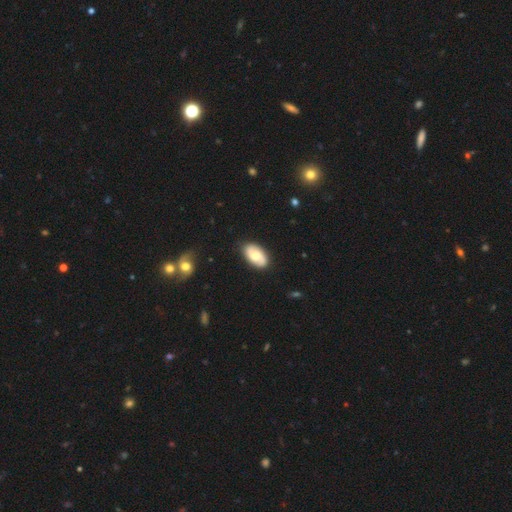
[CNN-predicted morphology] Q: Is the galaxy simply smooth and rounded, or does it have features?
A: featured or disk — 53%.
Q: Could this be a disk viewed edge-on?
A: no — 95%.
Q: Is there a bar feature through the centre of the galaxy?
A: no — 57%.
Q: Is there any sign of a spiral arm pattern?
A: yes — 86%.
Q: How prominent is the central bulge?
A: moderate — 60%.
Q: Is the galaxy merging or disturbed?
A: none — 84%.